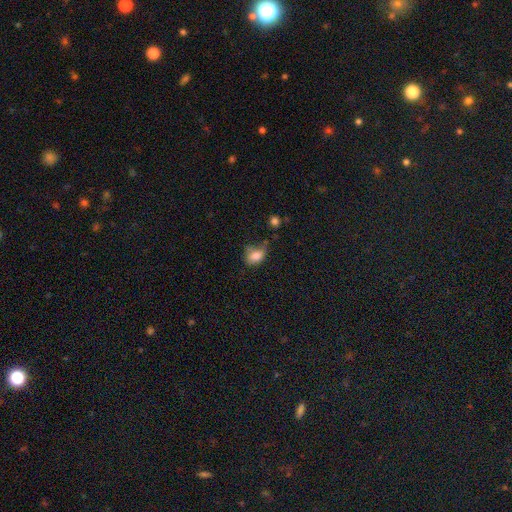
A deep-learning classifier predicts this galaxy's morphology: smooth-or-featured: smooth: 78% | featured or disk: 12% | star or artifact: 10%
  how-rounded: in between: 65% | round: 33% | cigar-shaped: 2%
  merging: none: 39% | minor disturbance: 38% | major disturbance: 17% | merger: 6%